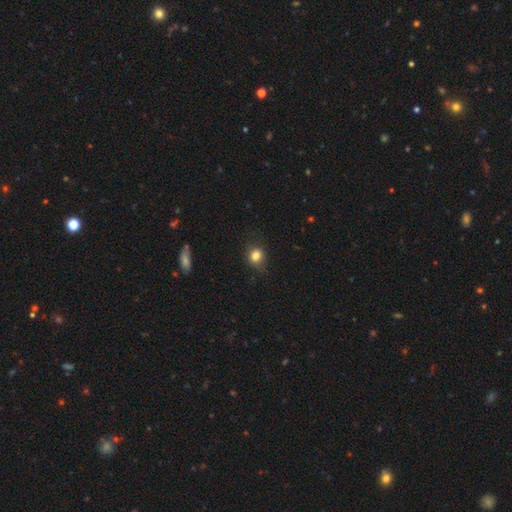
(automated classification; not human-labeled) Smooth or featured? Predicted: smooth (p=0.82). How rounded? Predicted: round (p=0.71). Merging? Predicted: none (p=0.75).